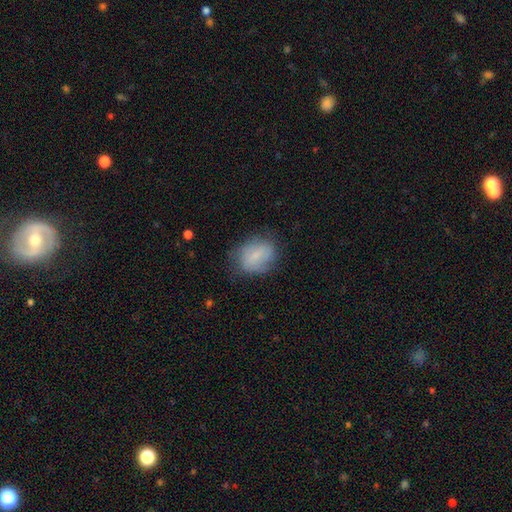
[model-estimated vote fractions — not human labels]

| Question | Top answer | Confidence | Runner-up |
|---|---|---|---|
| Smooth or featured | smooth | 68% | featured or disk (24%) |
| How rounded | in between | 63% | round (35%) |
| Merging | none | 66% | minor disturbance (24%) |